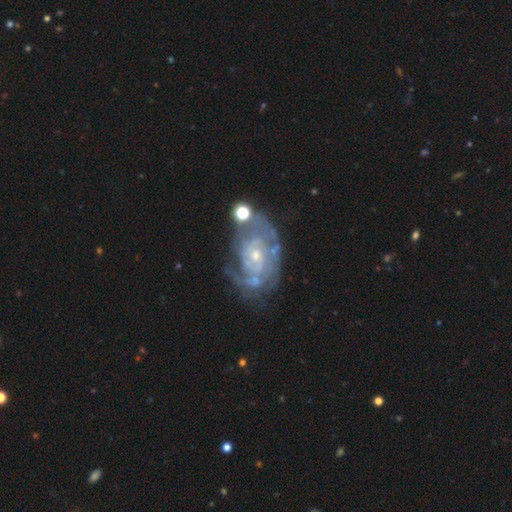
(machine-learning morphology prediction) Smooth or featured: featured or disk — 84% (smooth — 9%)
Edge-on disk: no — 97% (yes — 3%)
Bar: no — 68% (weak — 26%)
Spiral arms: yes — 89% (no — 11%)
Spiral winding: tight — 58% (medium — 32%)
Spiral arm count: can't tell — 39% (2 — 31%)
Bulge size: small — 69% (moderate — 27%)
Merging: none — 51% (minor disturbance — 23%)